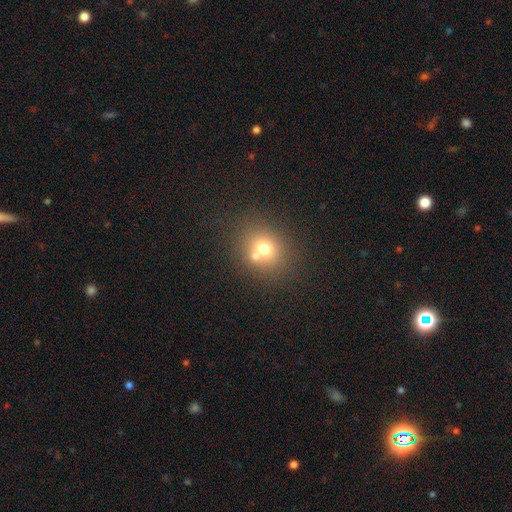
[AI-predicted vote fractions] Smooth or featured?
  - smooth: 69% *
  - featured or disk: 16%
  - star or artifact: 15%
How rounded?
  - round: 77% *
  - in between: 23%
  - cigar-shaped: 1%
Merging?
  - none: 57% *
  - merger: 30%
  - minor disturbance: 9%
  - major disturbance: 4%